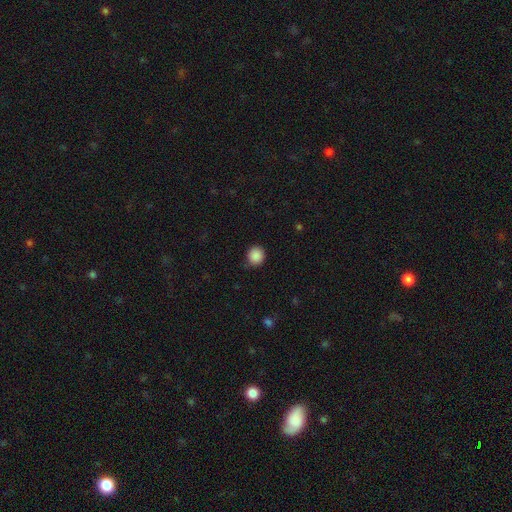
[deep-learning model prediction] This appears to be a smooth galaxy with no disk features (88%) that is round (90%). Merging: none (84%).